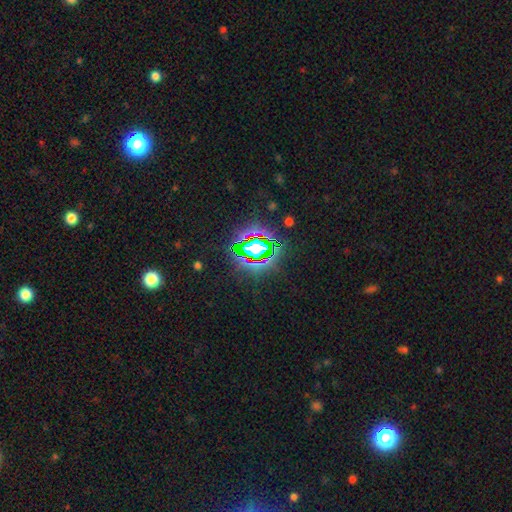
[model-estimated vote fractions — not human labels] Overall: star or artifact (79%).